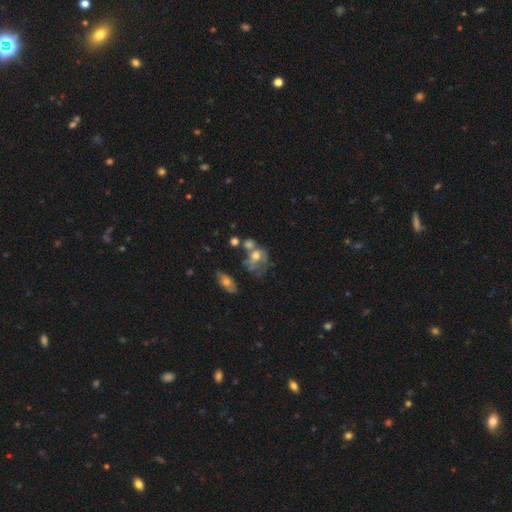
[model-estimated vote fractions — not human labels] Smooth or featured: smooth — 46% (featured or disk — 43%)
Merging: merger — 37% (major disturbance — 26%)